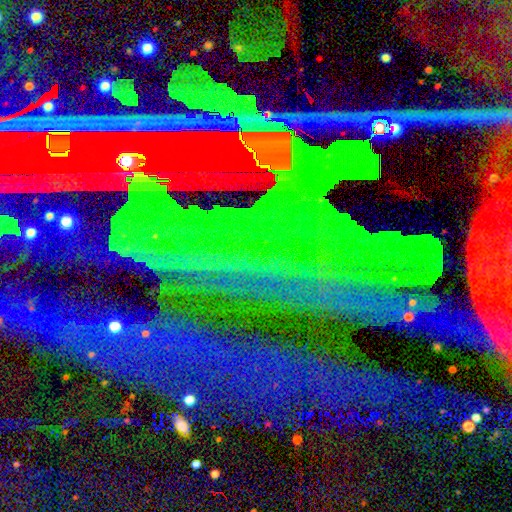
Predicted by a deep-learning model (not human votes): Overall: star or artifact (80%).